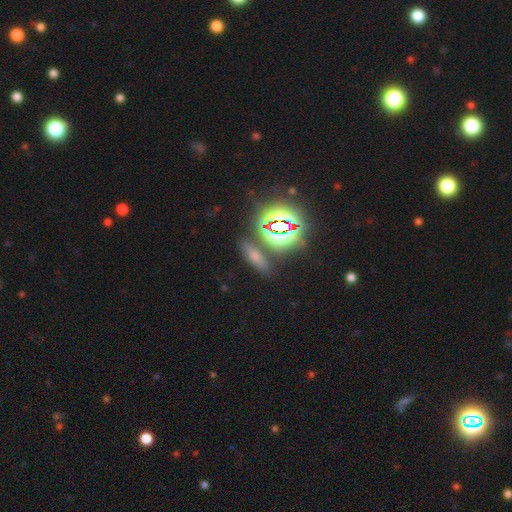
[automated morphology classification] Smooth or featured? Predicted: smooth (p=0.52). How rounded? Predicted: cigar-shaped (p=0.47). Merging? Predicted: none (p=0.80).